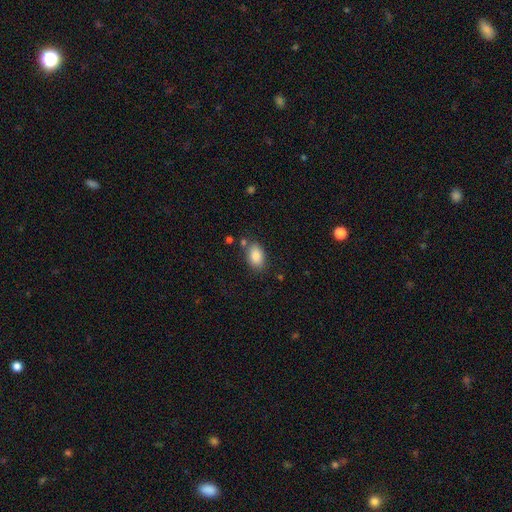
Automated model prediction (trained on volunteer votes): Smooth or featured: smooth — 86% (star or artifact — 8%)
How rounded: in between — 87% (round — 12%)
Merging: none — 75% (minor disturbance — 15%)